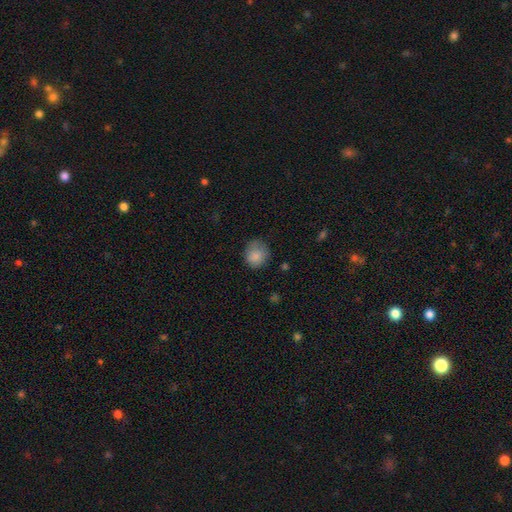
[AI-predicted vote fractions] A smooth galaxy with no disk features (85%) that is round (75%). Merging: none (70%).